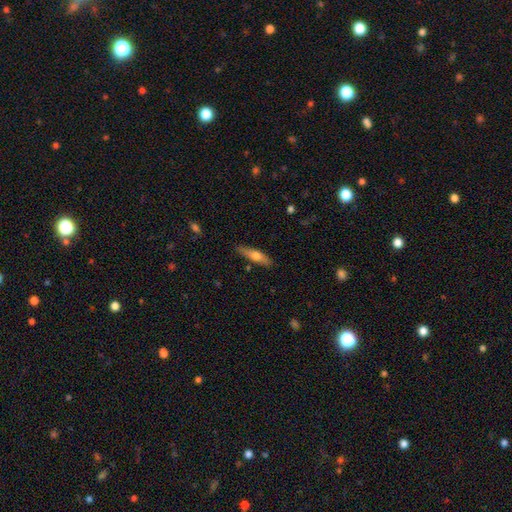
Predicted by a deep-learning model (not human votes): The model was most divided on "smooth or featured": smooth: 54%, featured or disk: 40%, star or artifact: 6%. More confident: merging — none (84%); how rounded — cigar-shaped (73%).